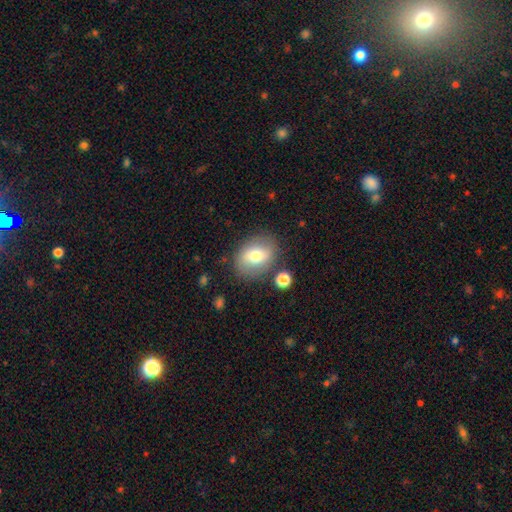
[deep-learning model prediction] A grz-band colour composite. It shows a smooth galaxy with no disk features (66%) that is in between round and cigar-shaped (59%). Merging: none (79%).